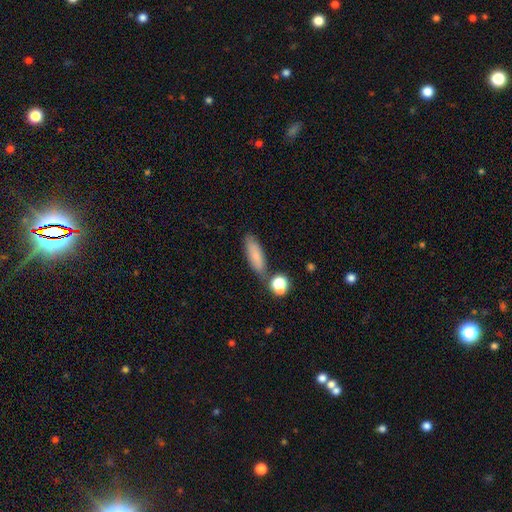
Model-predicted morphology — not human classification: Smooth or featured: smooth — 77% (featured or disk — 14%)
How rounded: in between — 51% (cigar-shaped — 45%)
Merging: none — 68% (minor disturbance — 16%)